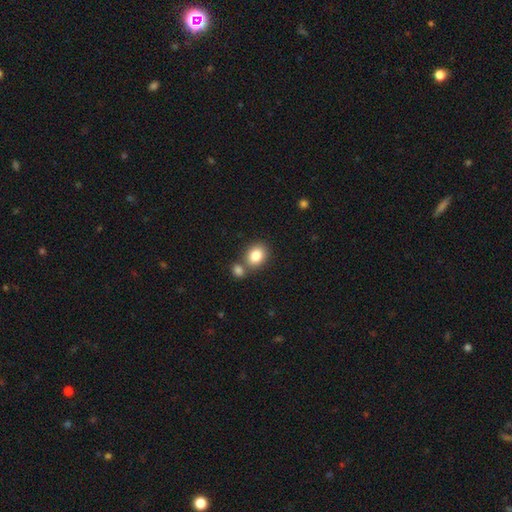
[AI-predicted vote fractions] Smooth or featured? Predicted: smooth (p=0.83). How rounded? Predicted: round (p=0.50). Merging? Predicted: none (p=0.61).